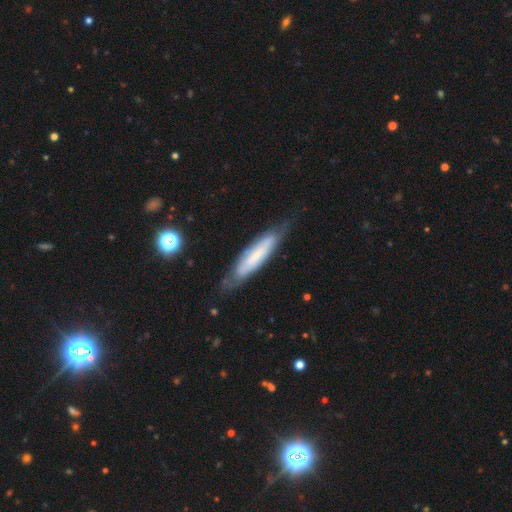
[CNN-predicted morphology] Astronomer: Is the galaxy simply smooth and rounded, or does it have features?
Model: smooth — 47% (runner-up: featured or disk, 46%).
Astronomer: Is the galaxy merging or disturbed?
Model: none — 74%.